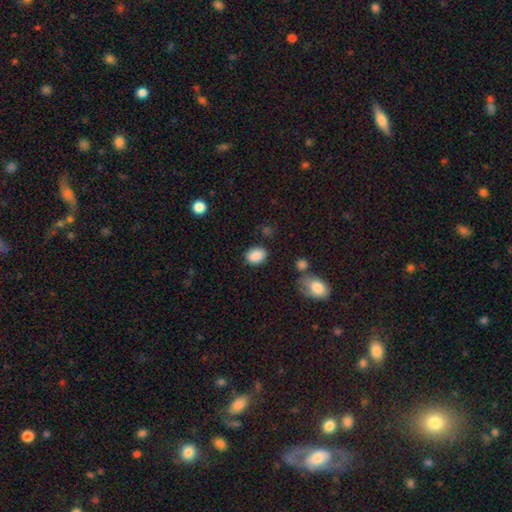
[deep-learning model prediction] smooth 88%, star or artifact 8%, featured or disk 4%. Down the decision tree: how rounded — in between (72%); merging — none (81%).